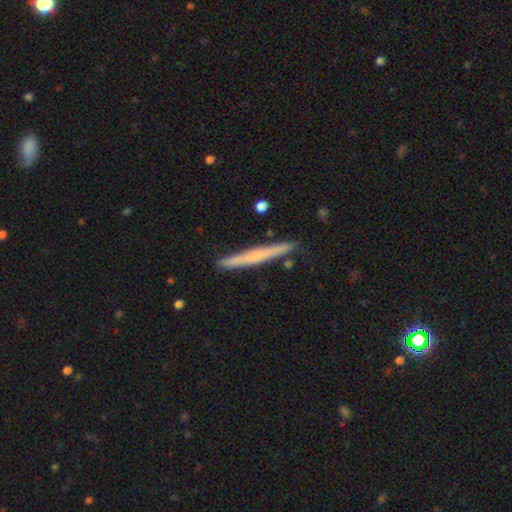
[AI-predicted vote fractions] featured or disk 47% (tied), smooth 47% (tied), star or artifact 6%. Down the decision tree: merging — none (89%).